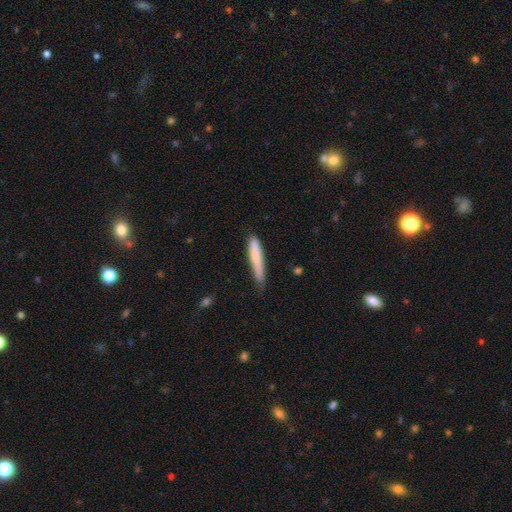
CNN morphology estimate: Smooth or featured? smooth (74%)
How rounded? cigar-shaped (92%)
Merging? none (64%)